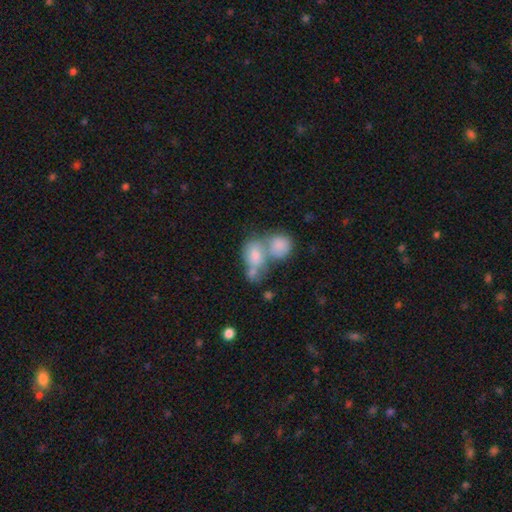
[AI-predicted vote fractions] smooth 69%, featured or disk 20%, star or artifact 11%. Down the decision tree: how rounded — in between (68%); merging — merger (64%).